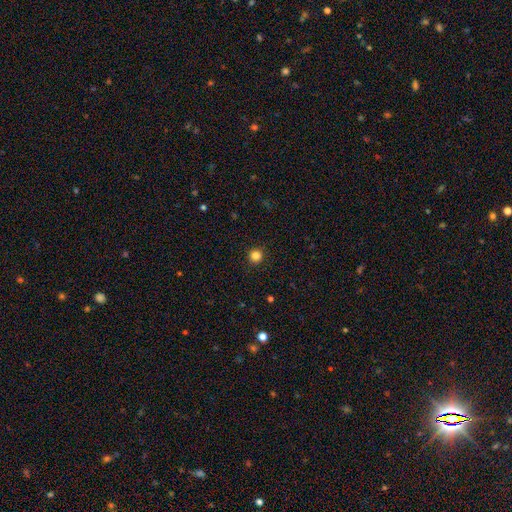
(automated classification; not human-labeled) Smooth or featured? Predicted: smooth (p=0.84). How rounded? Predicted: round (p=0.95). Merging? Predicted: none (p=0.92).